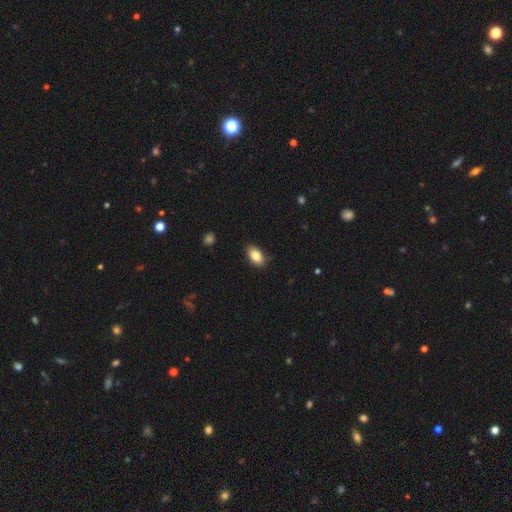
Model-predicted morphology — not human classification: smooth-or-featured: smooth: 85% | featured or disk: 7% | star or artifact: 7%
  how-rounded: in between: 92% | round: 5% | cigar-shaped: 3%
  merging: none: 87% | minor disturbance: 10% | major disturbance: 2% | merger: 1%